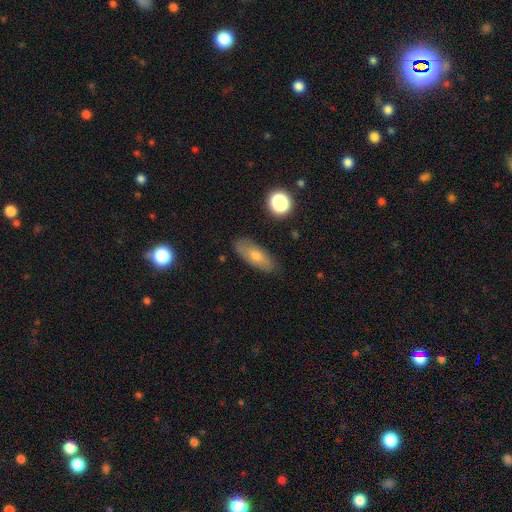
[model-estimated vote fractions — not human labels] Smooth or featured? smooth (63%)
How rounded? in between (71%)
Merging? none (84%)